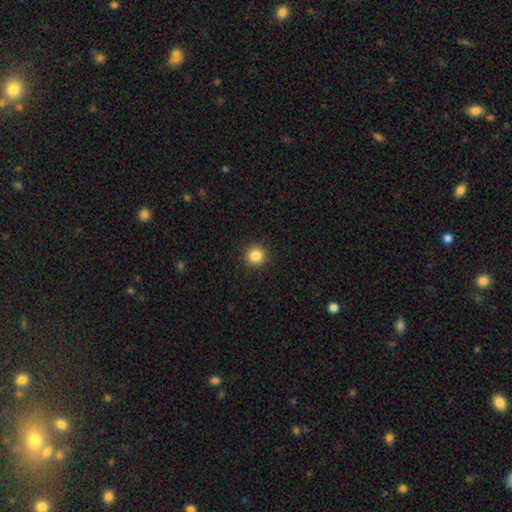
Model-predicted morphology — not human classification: Q: Smooth or featured?
A: smooth (85%); runner-up: star or artifact (11%)
Q: How rounded?
A: round (95%); runner-up: in between (4%)
Q: Merging?
A: none (93%); runner-up: minor disturbance (4%)